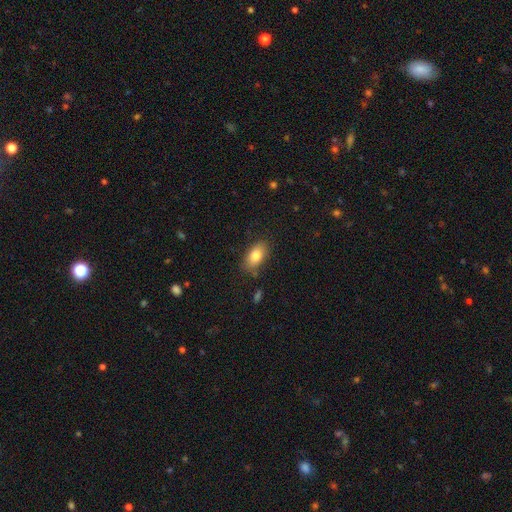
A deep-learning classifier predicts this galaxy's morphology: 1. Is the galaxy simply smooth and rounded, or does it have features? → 82% smooth, 11% featured or disk, 8% star or artifact.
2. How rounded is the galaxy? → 90% in between, 7% round, 3% cigar-shaped.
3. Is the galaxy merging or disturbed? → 82% none, 13% minor disturbance, 3% major disturbance, 2% merger.